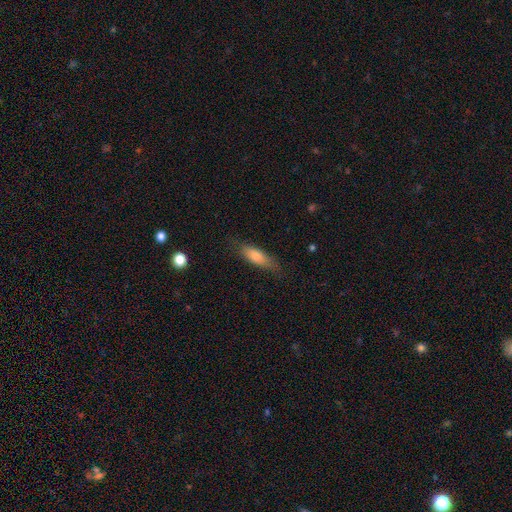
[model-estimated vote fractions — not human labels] smooth_or_featured: smooth (p=0.72) [alt: featured or disk p=0.21]
how_rounded: cigar-shaped (p=0.56) [alt: in between p=0.42]
merging: none (p=0.77) [alt: minor disturbance p=0.17]